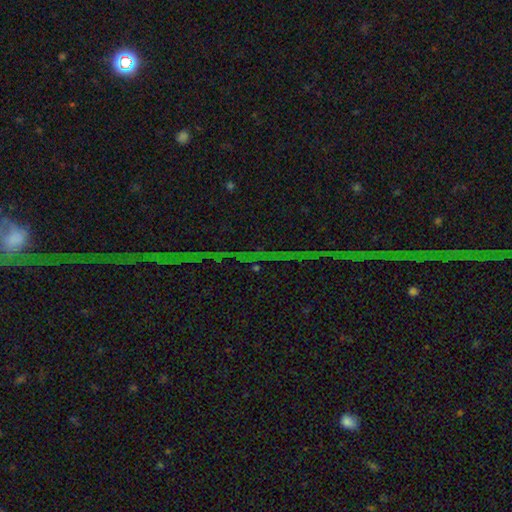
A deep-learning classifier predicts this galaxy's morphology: A star or artifact, not a galaxy (79%).

Vote fractions:
- Smooth or featured? star or artifact: 79% / featured or disk: 12% / smooth: 8%